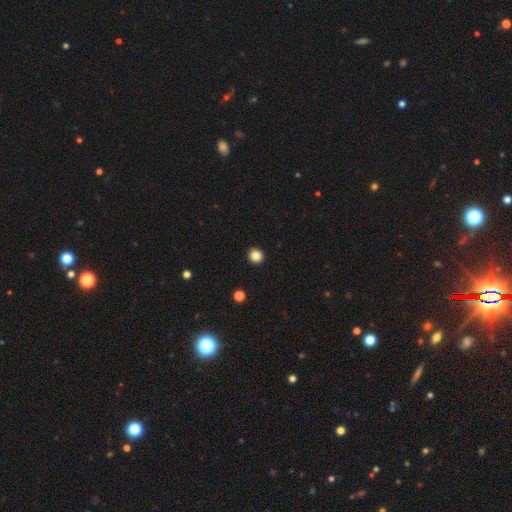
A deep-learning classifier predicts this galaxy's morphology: Overall: smooth (85%). How rounded: round (93%). Merging: none (94%).